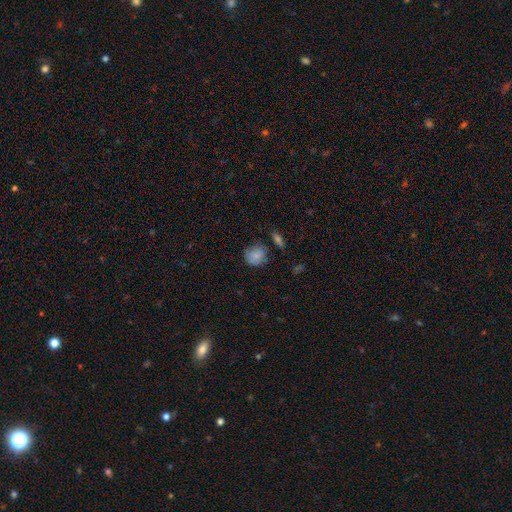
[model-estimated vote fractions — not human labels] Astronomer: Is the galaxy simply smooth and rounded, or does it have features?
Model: smooth — 81%.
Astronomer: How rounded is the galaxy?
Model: round — 77%.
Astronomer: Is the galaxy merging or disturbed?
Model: none — 67%.